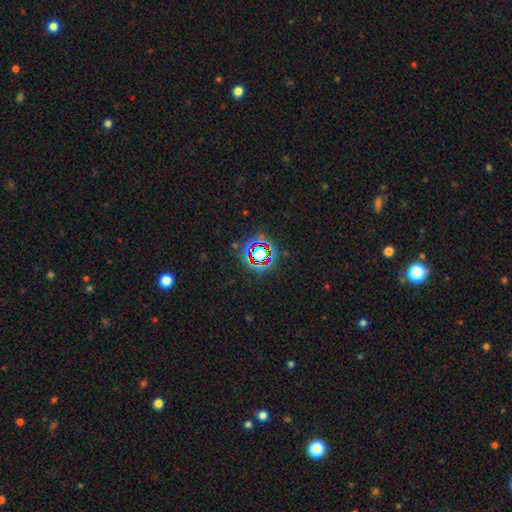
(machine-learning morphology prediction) Smooth or featured? star or artifact (68%)